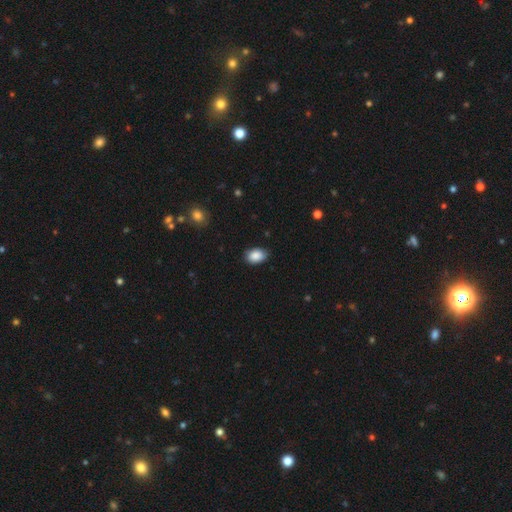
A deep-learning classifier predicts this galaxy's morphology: Q: Smooth or featured?
A: smooth (89%); runner-up: star or artifact (7%)
Q: How rounded?
A: in between (86%); runner-up: round (13%)
Q: Merging?
A: none (83%); runner-up: minor disturbance (14%)